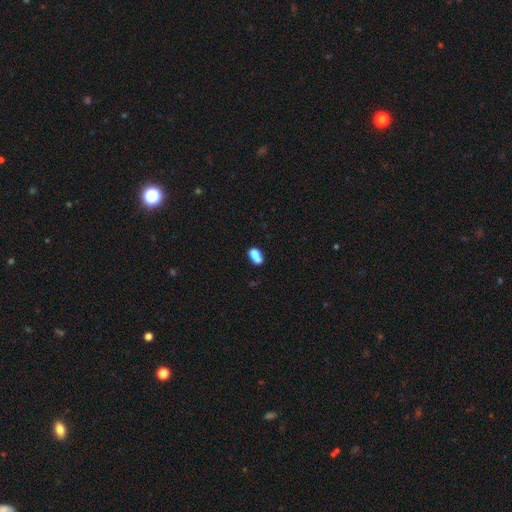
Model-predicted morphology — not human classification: Overall: smooth (77%). How rounded: in between (88%). Merging: none (52%; merger 22%).